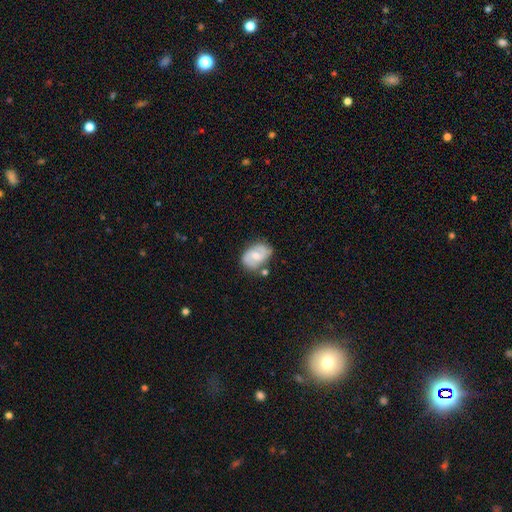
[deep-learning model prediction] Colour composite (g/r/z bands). It shows a featured or disk galaxy (63%) with no bar (51%), 2 (80%) medium (47%) spiral arms (85%) and a moderate central bulge (61%). Merging: none (61%).